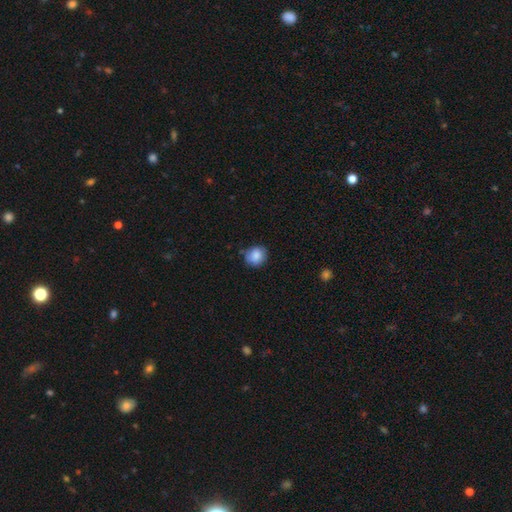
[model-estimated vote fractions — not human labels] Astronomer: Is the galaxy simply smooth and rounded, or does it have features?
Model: smooth — 86%.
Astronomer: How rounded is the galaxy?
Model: round — 80%.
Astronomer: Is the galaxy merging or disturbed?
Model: none — 75%.